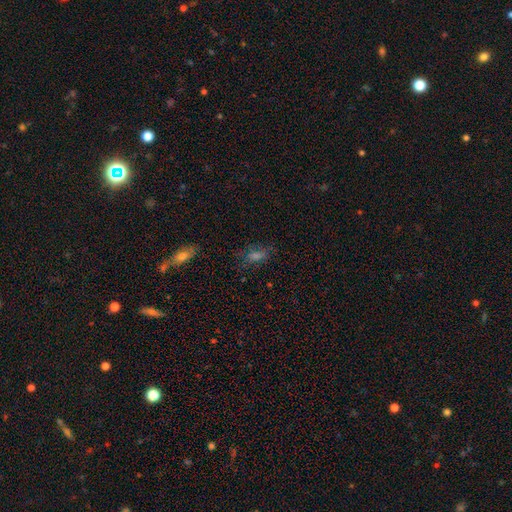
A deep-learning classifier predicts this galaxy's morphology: type=smooth (51%); roundness=in between (73%); merging=none (70%).